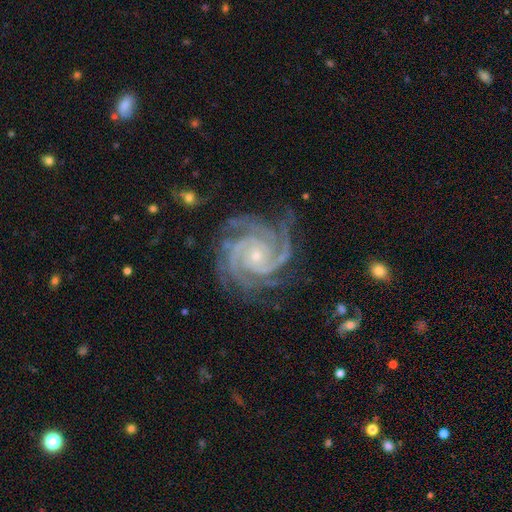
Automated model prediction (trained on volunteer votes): A featured or disk galaxy (94%) with no bar (73%), 3 (37%) tight (76%) spiral arms (99%) and a small central bulge (79%). Merging: none (76%).